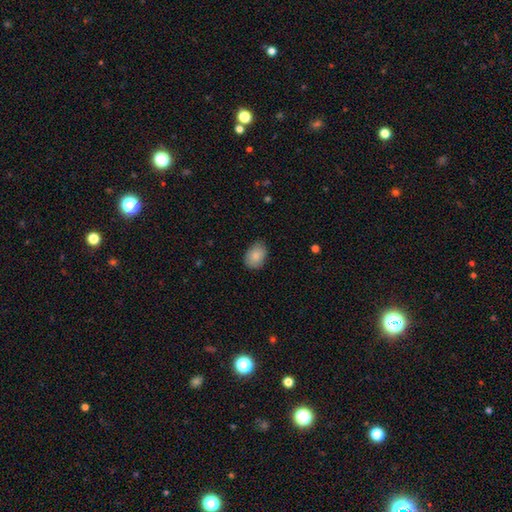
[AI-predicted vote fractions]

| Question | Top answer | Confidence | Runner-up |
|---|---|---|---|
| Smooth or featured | smooth | 86% | star or artifact (7%) |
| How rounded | in between | 75% | round (24%) |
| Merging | none | 80% | minor disturbance (17%) |